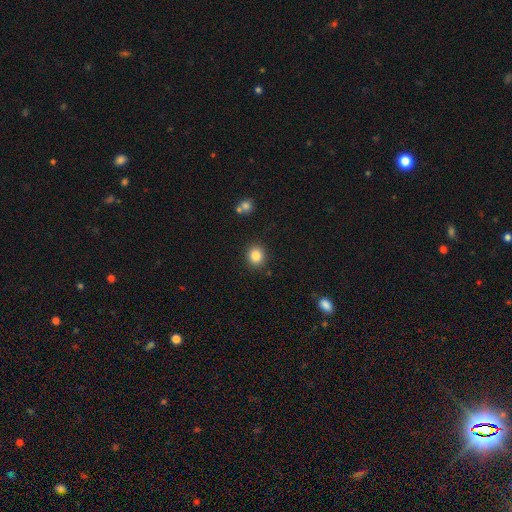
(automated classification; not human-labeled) Morphology: type=smooth (84%); roundness=round (84%); merging=none (89%).